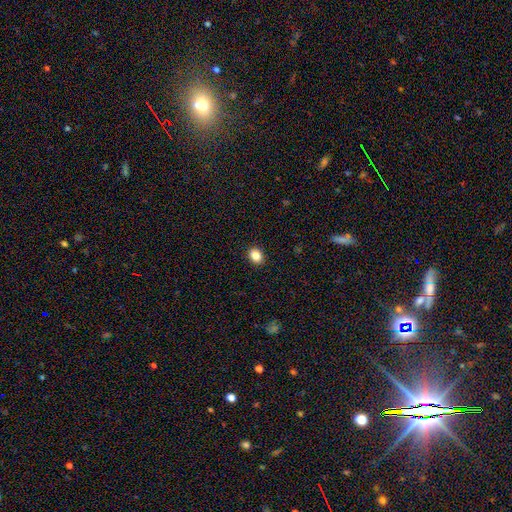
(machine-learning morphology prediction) Q: Smooth or featured?
A: smooth (85%); runner-up: star or artifact (10%)
Q: How rounded?
A: in between (60%); runner-up: round (39%)
Q: Merging?
A: none (91%); runner-up: minor disturbance (7%)